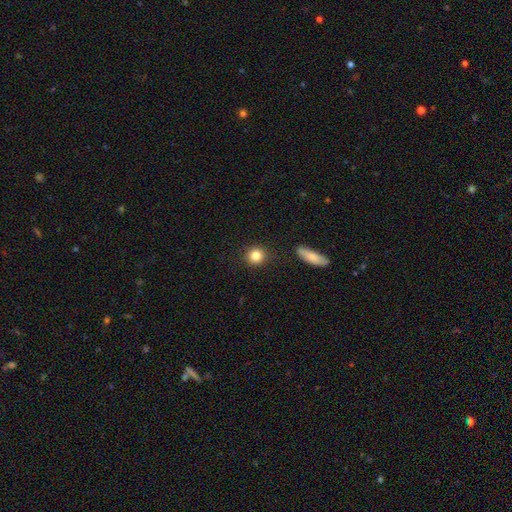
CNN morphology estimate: Smooth or featured: smooth — 84% (star or artifact — 9%)
How rounded: round — 89% (in between — 9%)
Merging: none — 89% (minor disturbance — 7%)